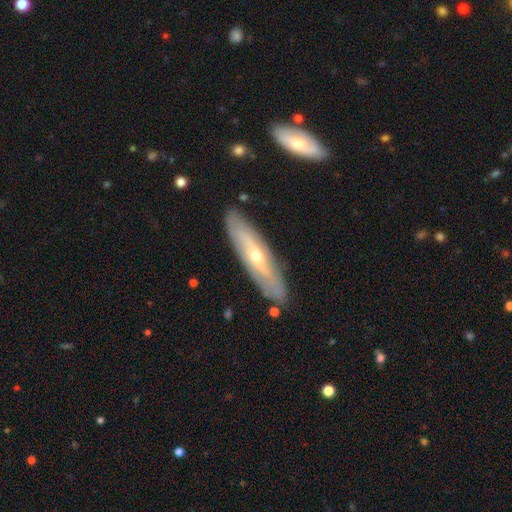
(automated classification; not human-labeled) smooth_or_featured: featured or disk (p=0.61) [alt: smooth p=0.32]
disk_edge_on: no (p=0.53) [alt: yes p=0.47]
merging: none (p=0.85) [alt: minor disturbance p=0.11]